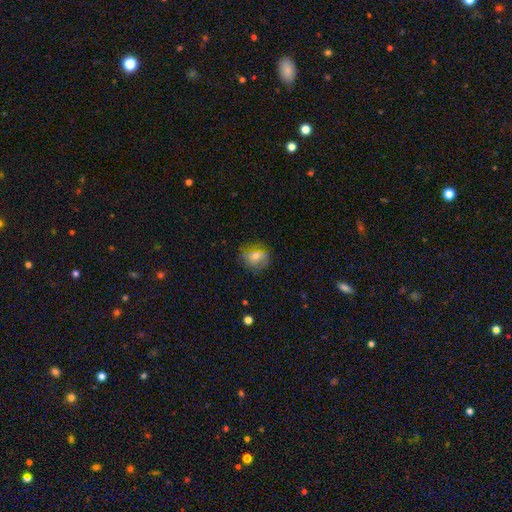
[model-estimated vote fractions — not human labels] A smooth galaxy with no disk features (60%) that is round (70%). Merging: none (74%).